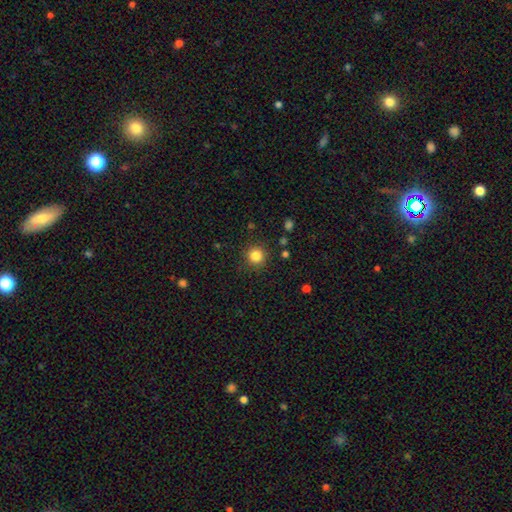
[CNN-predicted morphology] A smooth galaxy with no disk features (84%) that is round (94%). Merging: none (89%).